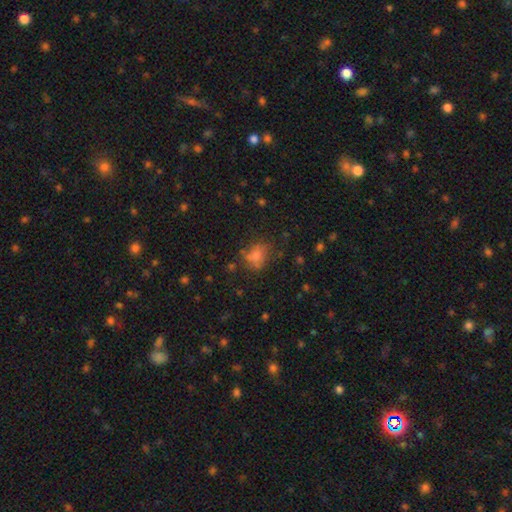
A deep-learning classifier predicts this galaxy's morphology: Smooth or featured?
  - smooth: 67% *
  - featured or disk: 17%
  - star or artifact: 16%
How rounded?
  - in between: 55% *
  - round: 44%
  - cigar-shaped: 1%
Merging?
  - none: 52% *
  - minor disturbance: 23%
  - major disturbance: 17%
  - merger: 8%